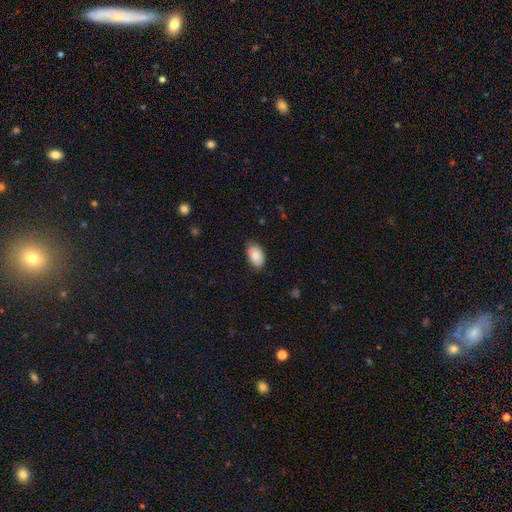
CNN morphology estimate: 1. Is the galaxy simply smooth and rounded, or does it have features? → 84% smooth, 9% featured or disk, 7% star or artifact.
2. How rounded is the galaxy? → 93% in between, 6% round, 1% cigar-shaped.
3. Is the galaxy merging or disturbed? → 79% none, 17% minor disturbance, 3% major disturbance, 1% merger.